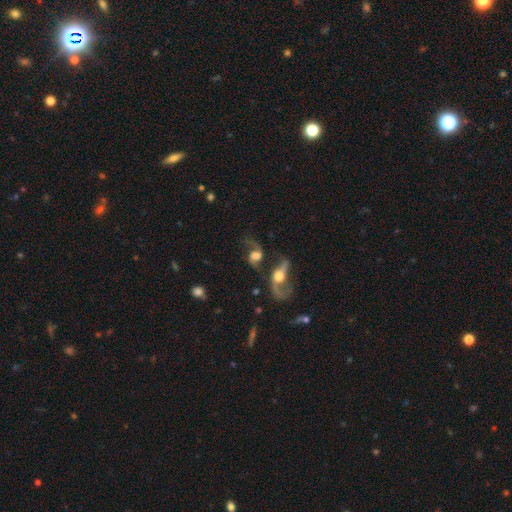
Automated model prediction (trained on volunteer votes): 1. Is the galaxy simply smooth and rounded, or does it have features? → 68% featured or disk, 22% smooth, 10% star or artifact.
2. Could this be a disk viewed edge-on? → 93% no, 7% yes.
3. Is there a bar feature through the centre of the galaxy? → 57% no, 33% weak, 10% strong.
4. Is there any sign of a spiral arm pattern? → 87% yes, 13% no.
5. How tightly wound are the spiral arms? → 70% loose, 24% medium, 5% tight.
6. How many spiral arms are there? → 83% 2, 9% 1, 4% can't tell, 1% 3, 1% 4, 1% more than 4.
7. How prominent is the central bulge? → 39% large, 35% moderate, 12% small, 8% none, 6% dominant.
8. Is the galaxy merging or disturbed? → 35% merger, 32% none, 21% major disturbance, 12% minor disturbance.